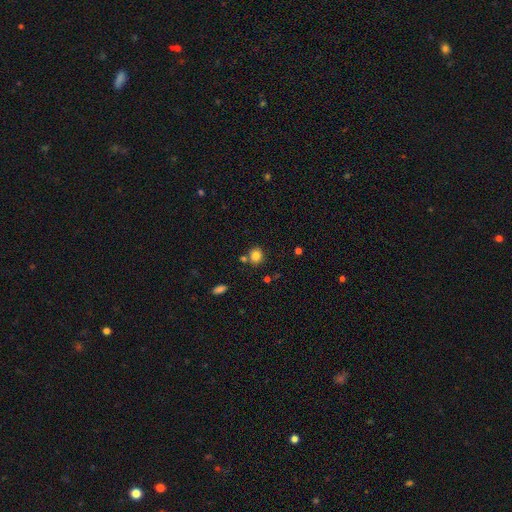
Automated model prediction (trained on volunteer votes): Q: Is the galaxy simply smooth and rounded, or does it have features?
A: smooth — 82%.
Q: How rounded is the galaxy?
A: round — 78%.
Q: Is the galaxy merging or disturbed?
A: none — 74%.